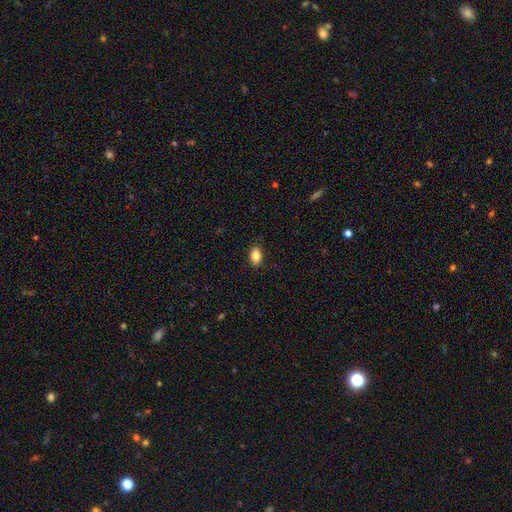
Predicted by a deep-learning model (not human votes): smooth_or_featured: smooth (p=0.86) [alt: star or artifact p=0.09]
how_rounded: in between (p=0.84) [alt: round p=0.14]
merging: none (p=0.87) [alt: minor disturbance p=0.10]